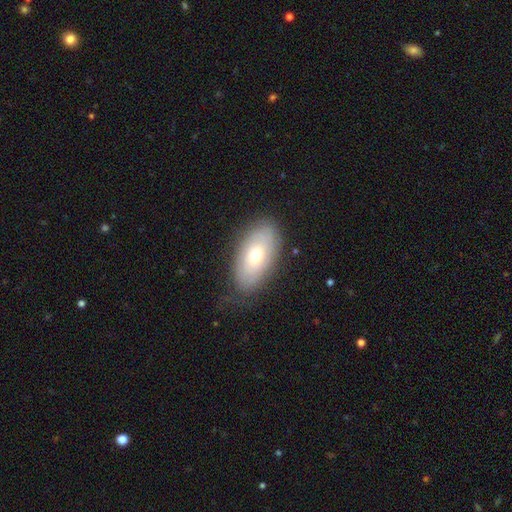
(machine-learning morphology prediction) Smooth or featured? smooth (60%)
How rounded? in between (92%)
Merging? none (76%)